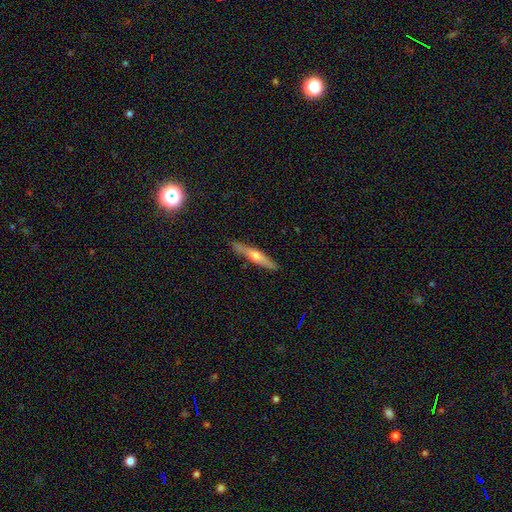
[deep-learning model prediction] This is possibly a featured or disk galaxy (57%). It is clearly viewed edge-on (94%). Edge-on bulge: clearly rounded (85%). Merging: clearly none (88%).